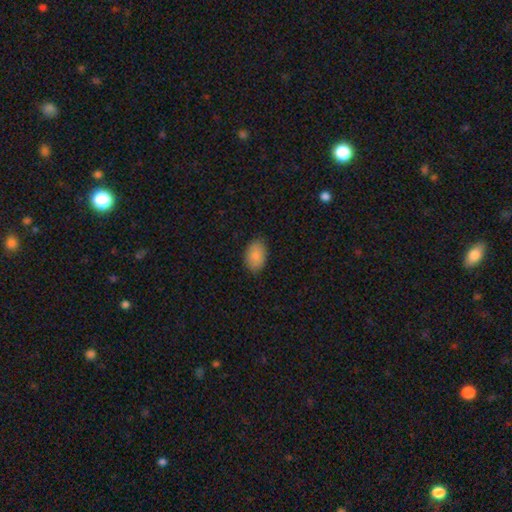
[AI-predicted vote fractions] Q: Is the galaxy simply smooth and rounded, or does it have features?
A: smooth — 87%.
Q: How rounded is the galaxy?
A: in between — 88%.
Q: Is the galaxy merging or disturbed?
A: none — 86%.